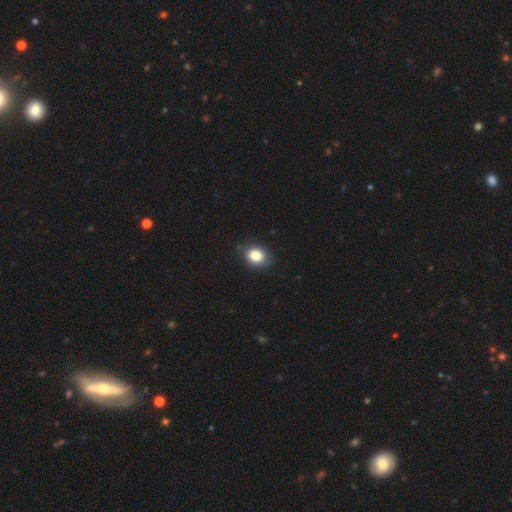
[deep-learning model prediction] Morphology: type=smooth (84%); roundness=in between (56%); merging=none (79%).